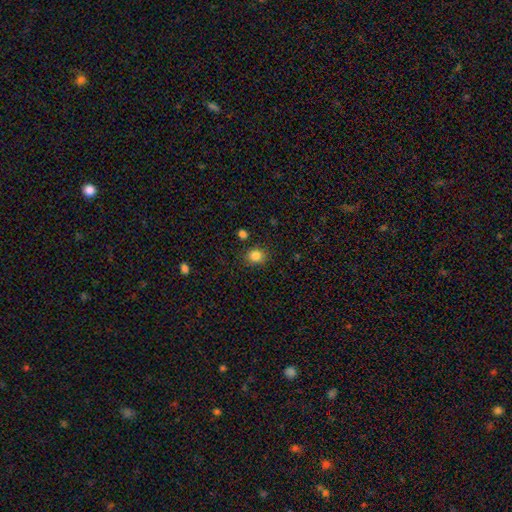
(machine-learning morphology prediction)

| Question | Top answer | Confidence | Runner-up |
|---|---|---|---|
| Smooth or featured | smooth | 84% | star or artifact (11%) |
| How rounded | round | 75% | in between (24%) |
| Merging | none | 85% | minor disturbance (9%) |